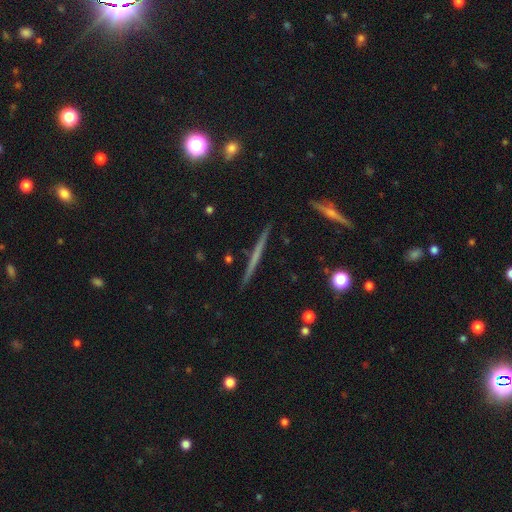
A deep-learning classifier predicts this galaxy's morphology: A featured or disk galaxy (59%) viewed edge-on (98%) with no central bulge (85%).

Vote fractions:
- Smooth or featured? featured or disk: 59% / smooth: 34% / star or artifact: 7%
- Edge-on disk? yes: 98% / no: 2%
- Edge-on bulge? none: 85% / rounded: 11% / boxy: 4%
- Merging? none: 91% / minor disturbance: 6% / merger: 1% / major disturbance: 1%